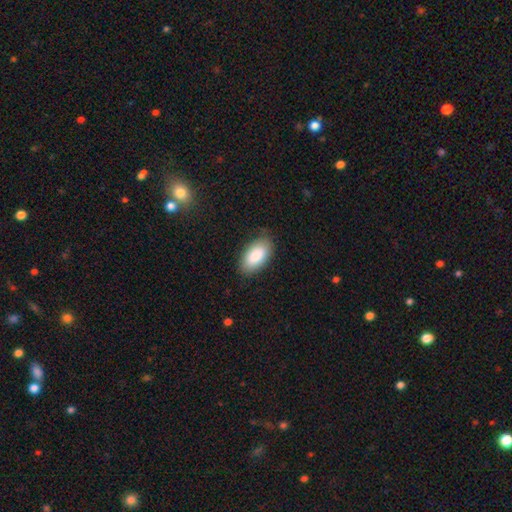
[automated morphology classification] type=smooth (86%); roundness=in between (95%); merging=none (84%).